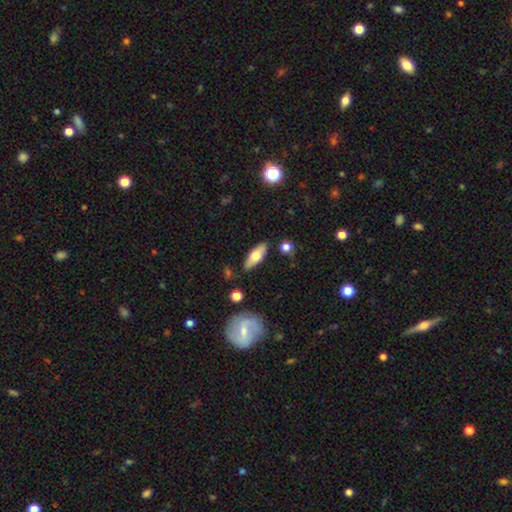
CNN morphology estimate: type=smooth (62%); roundness=in between (68%); merging=none (83%).